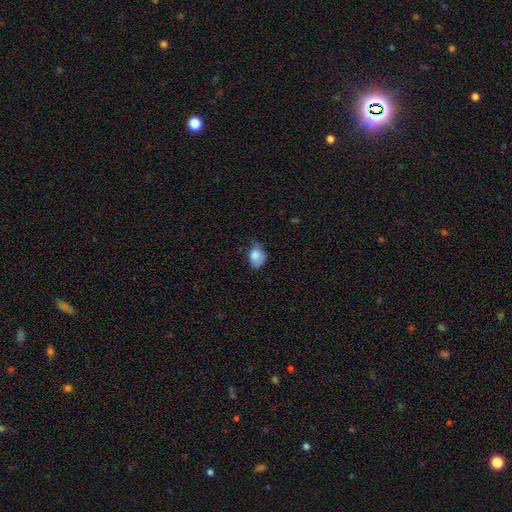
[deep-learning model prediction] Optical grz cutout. It shows a smooth galaxy with no disk features (82%) that is in between round and cigar-shaped (69%). Merging: minor disturbance (45%).